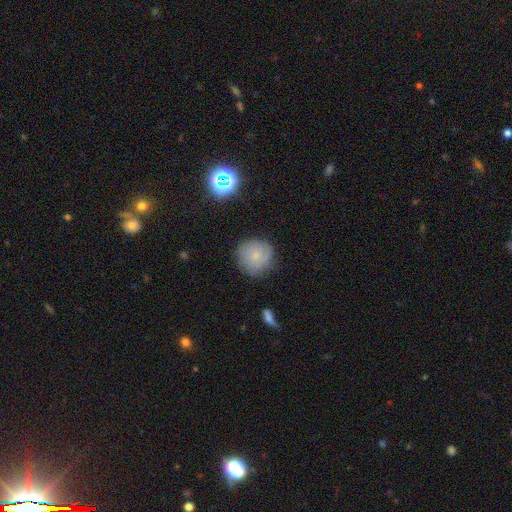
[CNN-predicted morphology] This is likely a smooth galaxy (73%). How rounded: clearly round (92%). Merging: likely none (77%).